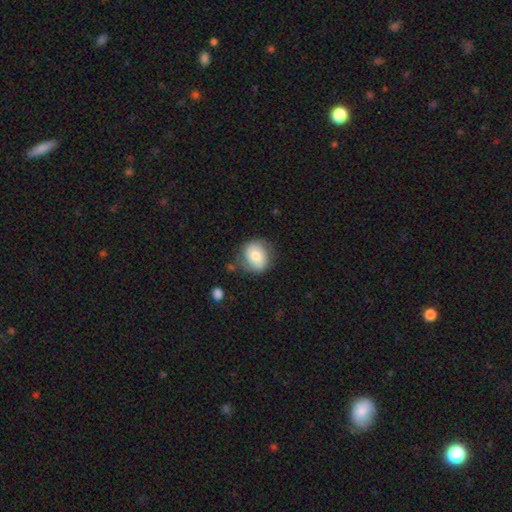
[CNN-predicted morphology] Smooth or featured?
  - smooth: 68% *
  - featured or disk: 24%
  - star or artifact: 7%
How rounded?
  - round: 71% *
  - in between: 28%
  - cigar-shaped: 1%
Merging?
  - none: 69% *
  - minor disturbance: 22%
  - major disturbance: 7%
  - merger: 3%